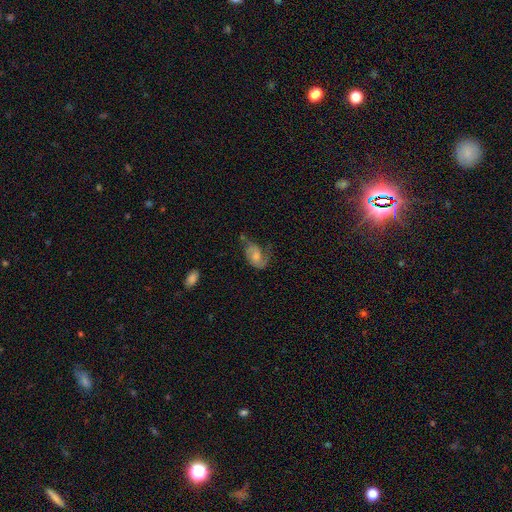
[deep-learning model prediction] Smooth or featured: featured or disk — 60% (smooth — 33%)
Edge-on disk: no — 97% (yes — 3%)
Bar: no — 67% (weak — 29%)
Spiral arms: yes — 86% (no — 14%)
Bulge size: moderate — 46% (small — 35%)
Merging: none — 40% (minor disturbance — 29%)